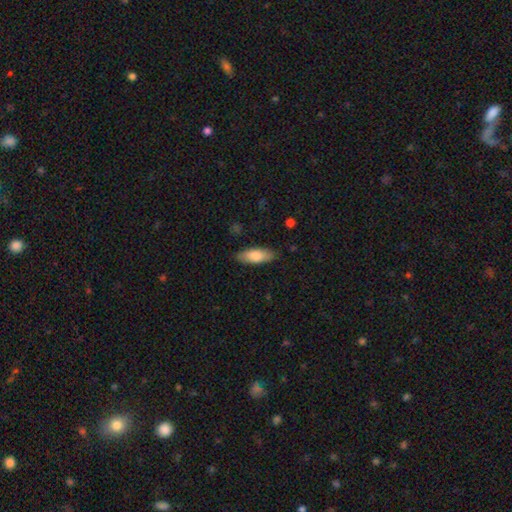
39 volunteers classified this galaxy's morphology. Volunteers were most divided on "how rounded": in between: 59%, cigar-shaped: 38%, round: 3%. More confident: merging — none (91%); smooth or featured — smooth (82%).